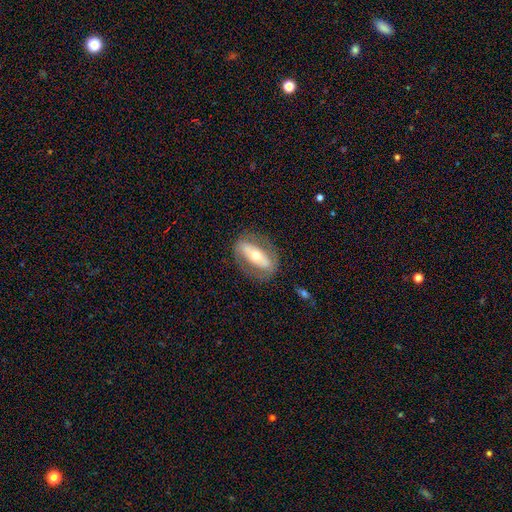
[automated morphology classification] smooth_or_featured: featured or disk (p=0.60) [alt: smooth p=0.34]
disk_edge_on: no (p=0.80) [alt: yes p=0.20]
merging: none (p=0.76) [alt: minor disturbance p=0.14]